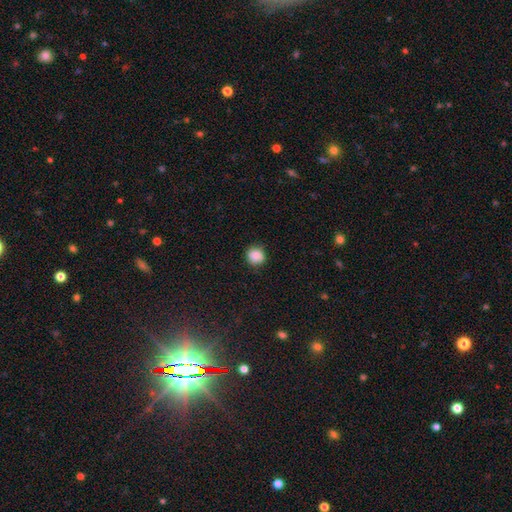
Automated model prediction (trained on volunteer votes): Morphology: type=smooth (86%); roundness=round (86%); merging=none (82%).